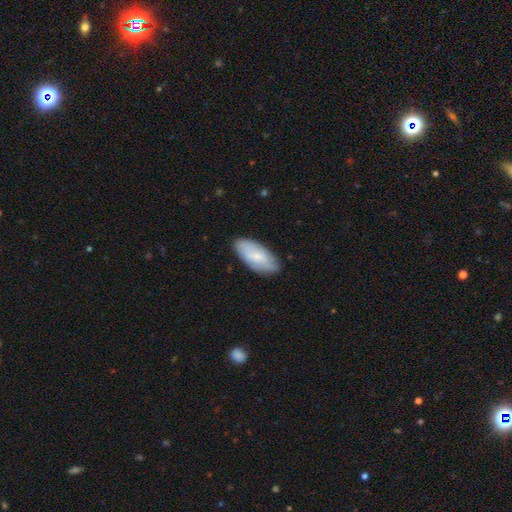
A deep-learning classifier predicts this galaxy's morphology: A smooth galaxy with no disk features (70%) that is in between round and cigar-shaped (90%).

Vote fractions:
- Smooth or featured? smooth: 70% / featured or disk: 24% / star or artifact: 6%
- How rounded? in between: 90% / cigar-shaped: 9% / round: 2%
- Merging? none: 81% / minor disturbance: 15% / major disturbance: 3% / merger: 1%